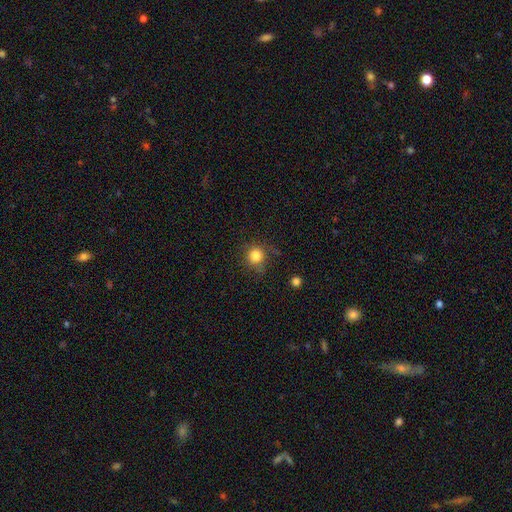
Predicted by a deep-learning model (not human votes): smooth_or_featured: smooth (p=0.82) [alt: star or artifact p=0.12]
how_rounded: round (p=0.90) [alt: in between p=0.09]
merging: none (p=0.78) [alt: minor disturbance p=0.15]